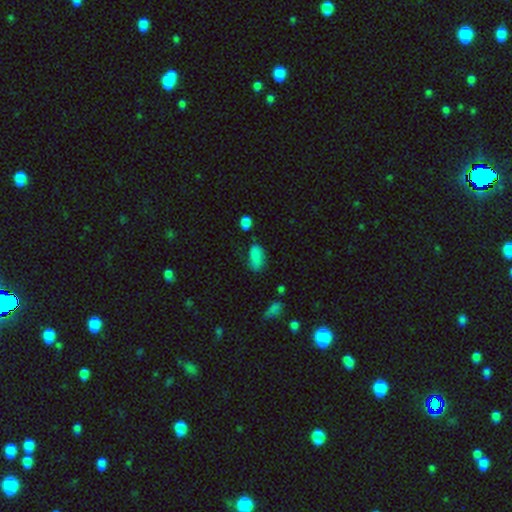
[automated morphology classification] smooth_or_featured: smooth (p=0.83) [alt: star or artifact p=0.10]
how_rounded: in between (p=0.90) [alt: cigar-shaped p=0.06]
merging: none (p=0.56) [alt: minor disturbance p=0.29]